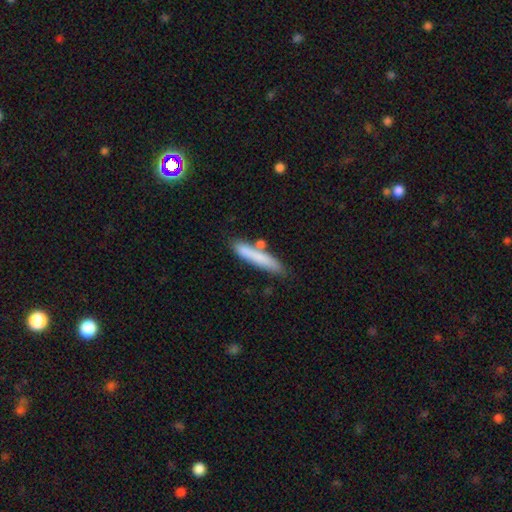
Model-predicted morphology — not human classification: smooth-or-featured: smooth: 76% | featured or disk: 18% | star or artifact: 7%
  how-rounded: cigar-shaped: 90% | in between: 9% | round: 2%
  merging: none: 69% | minor disturbance: 16% | merger: 11% | major disturbance: 4%